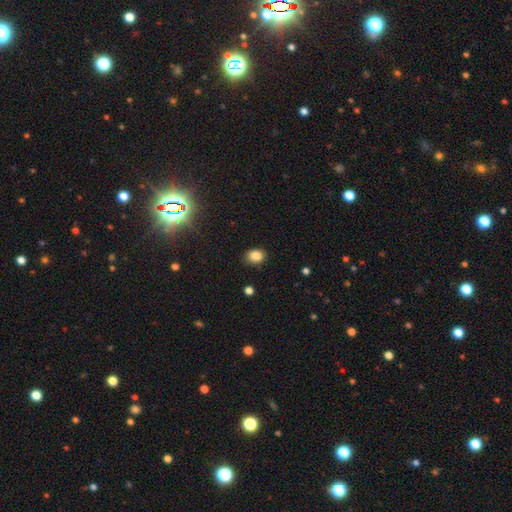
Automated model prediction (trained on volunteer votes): Smooth or featured: smooth — 85% (star or artifact — 11%)
How rounded: in between — 58% (round — 41%)
Merging: none — 83% (minor disturbance — 13%)